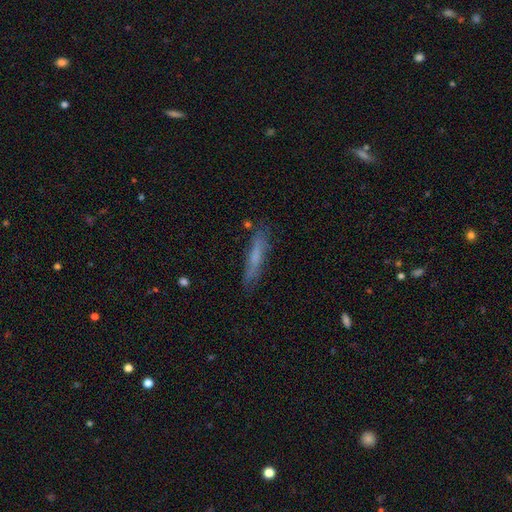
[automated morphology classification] This is possibly a smooth galaxy (59%). How rounded: clearly cigar-shaped (89%). Merging: likely none (78%).